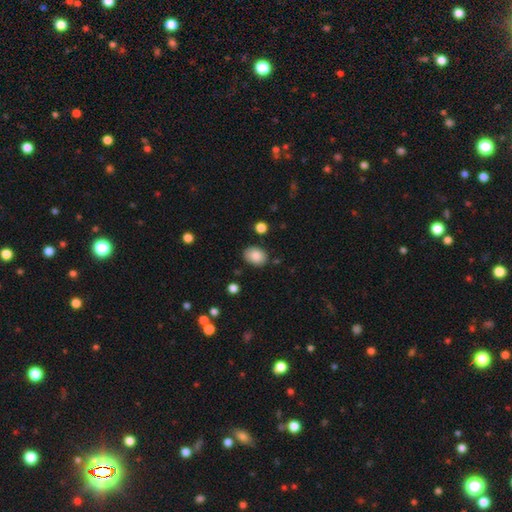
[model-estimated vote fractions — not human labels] smooth-or-featured: smooth: 86% | star or artifact: 8% | featured or disk: 6%
  how-rounded: in between: 68% | round: 32% | cigar-shaped: 1%
  merging: none: 84% | minor disturbance: 11% | major disturbance: 3% | merger: 2%